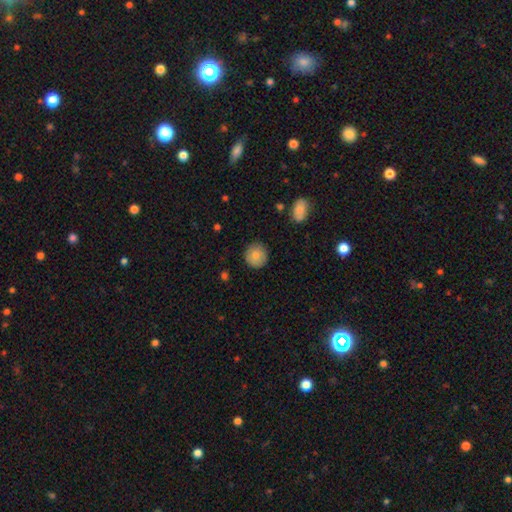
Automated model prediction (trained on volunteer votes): A smooth galaxy with no disk features (80%) that is round (92%). Merging: none (88%).